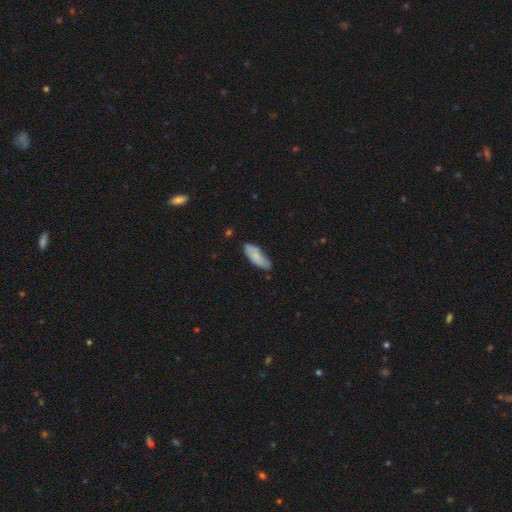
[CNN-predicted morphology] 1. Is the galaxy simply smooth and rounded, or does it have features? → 77% smooth, 17% featured or disk, 6% star or artifact.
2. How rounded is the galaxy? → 70% in between, 28% cigar-shaped, 2% round.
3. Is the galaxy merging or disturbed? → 67% none, 26% minor disturbance, 4% major disturbance, 3% merger.